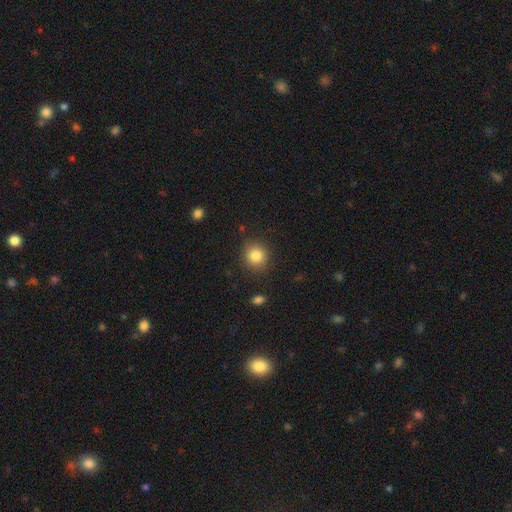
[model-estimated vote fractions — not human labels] smooth 83%, star or artifact 10%, featured or disk 6%. Down the decision tree: how rounded — round (88%); merging — none (87%).